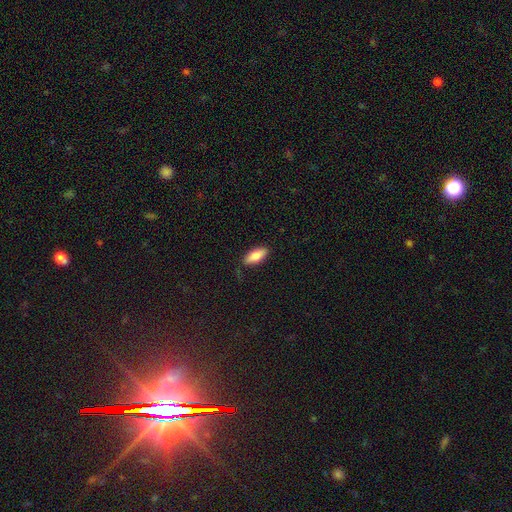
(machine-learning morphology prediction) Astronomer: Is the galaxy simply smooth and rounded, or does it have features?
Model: smooth — 79%.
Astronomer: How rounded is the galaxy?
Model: in between — 78%.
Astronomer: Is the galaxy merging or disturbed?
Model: none — 82%.